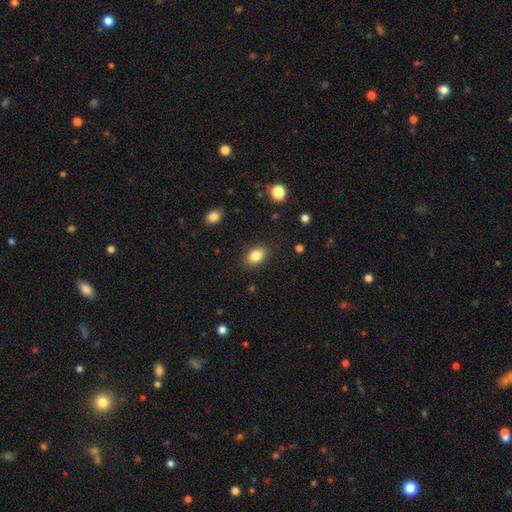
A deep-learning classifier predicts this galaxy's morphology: smooth-or-featured: smooth: 85% | star or artifact: 9% | featured or disk: 7%
  how-rounded: in between: 80% | round: 19% | cigar-shaped: 1%
  merging: none: 86% | minor disturbance: 10% | major disturbance: 3% | merger: 1%